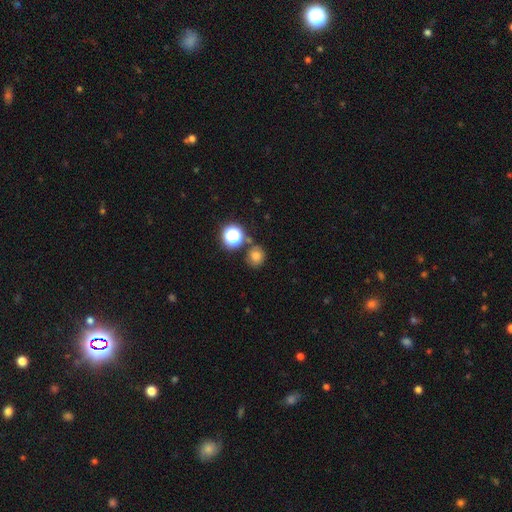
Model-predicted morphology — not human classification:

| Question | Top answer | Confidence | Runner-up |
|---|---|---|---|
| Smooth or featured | smooth | 70% | star or artifact (22%) |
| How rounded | round | 84% | in between (15%) |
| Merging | none | 74% | minor disturbance (11%) |